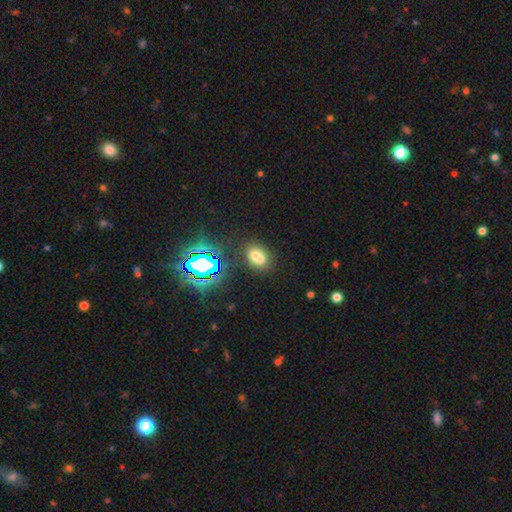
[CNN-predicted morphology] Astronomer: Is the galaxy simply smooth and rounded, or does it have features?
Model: smooth — 65%.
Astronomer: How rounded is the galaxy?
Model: in between — 66%.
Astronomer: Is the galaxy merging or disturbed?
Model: none — 57%.